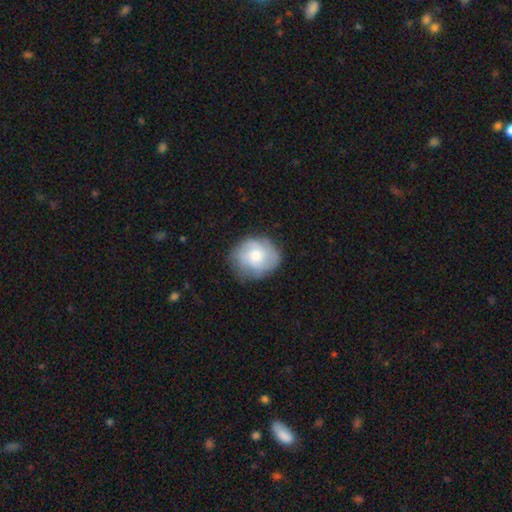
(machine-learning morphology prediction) Overall: smooth (48%; featured or disk 45%). Merging: none (68%).